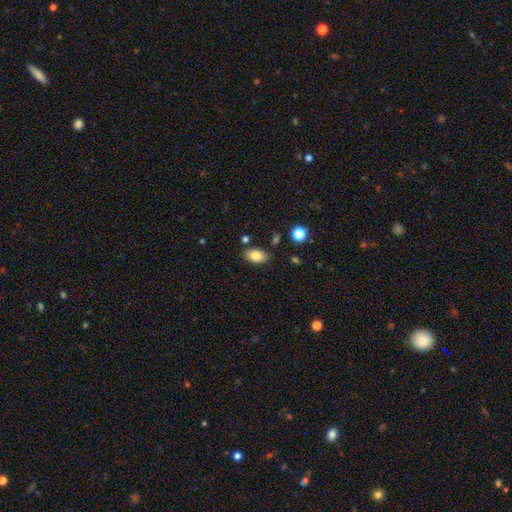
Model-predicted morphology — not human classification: smooth_or_featured: smooth (p=0.83) [alt: star or artifact p=0.08]
how_rounded: in between (p=0.92) [alt: round p=0.07]
merging: none (p=0.81) [alt: minor disturbance p=0.12]